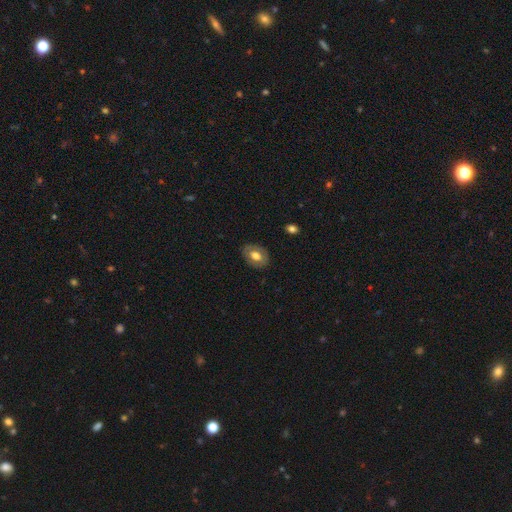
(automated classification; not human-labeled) Overall: smooth (60%; featured or disk 34%). How rounded: in between (77%). Merging: none (83%).